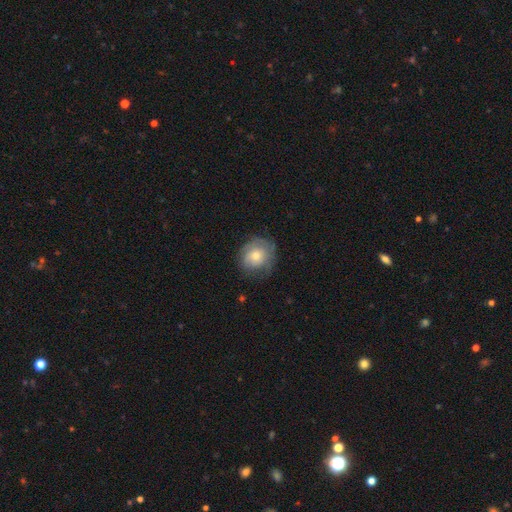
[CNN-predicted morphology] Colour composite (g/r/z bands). It shows a smooth galaxy with no disk features (56%) that is round (79%). Merging: none (68%).